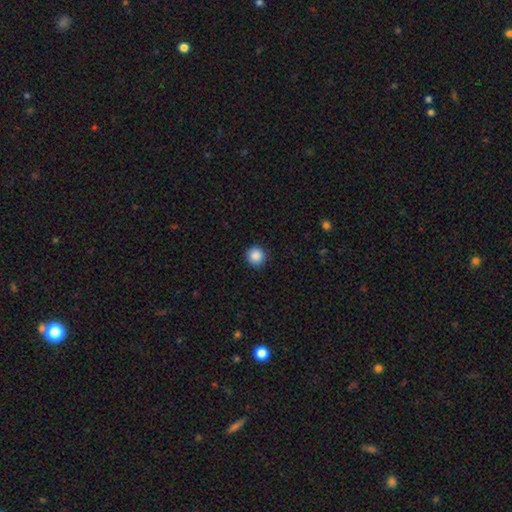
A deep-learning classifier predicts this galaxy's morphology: A smooth galaxy with no disk features (88%) that is round (94%).

Vote fractions:
- Smooth or featured? smooth: 88% / star or artifact: 9% / featured or disk: 3%
- How rounded? round: 94% / in between: 5% / cigar-shaped: 1%
- Merging? none: 92% / minor disturbance: 5% / major disturbance: 2% / merger: 1%